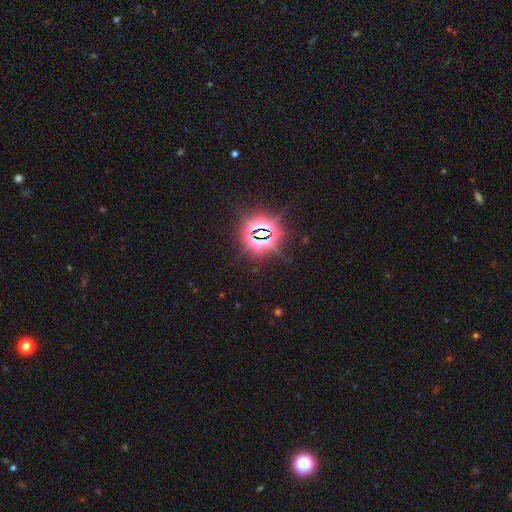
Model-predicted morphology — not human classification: Smooth or featured? Predicted: star or artifact (p=0.82).